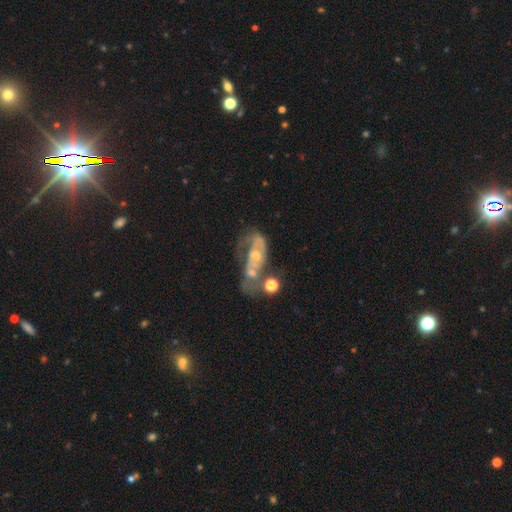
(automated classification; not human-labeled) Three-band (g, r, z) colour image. It shows a featured or disk galaxy (67%) with no bar (73%), spiral arms (59%) and a moderate central bulge (45%). Merging: merger (35%).